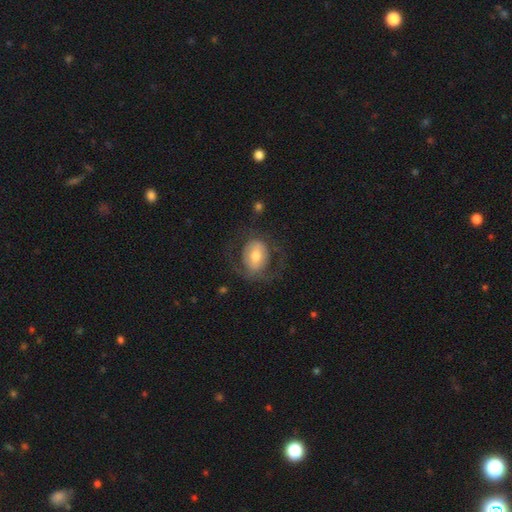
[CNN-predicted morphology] Q: Smooth or featured?
A: featured or disk (52%); runner-up: smooth (41%)
Q: Edge-on disk?
A: no (94%); runner-up: yes (6%)
Q: Merging?
A: none (63%); runner-up: major disturbance (21%)